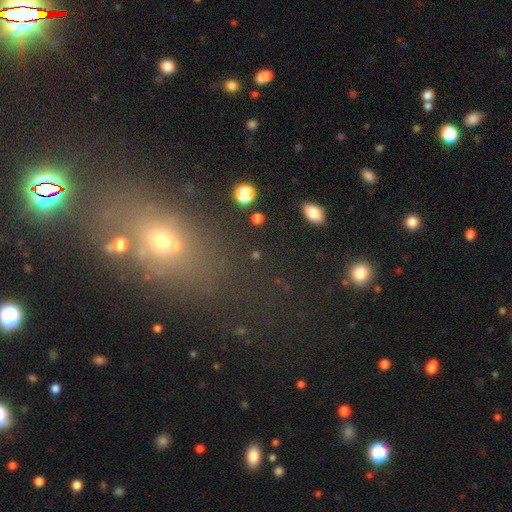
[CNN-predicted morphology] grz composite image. It shows a smooth galaxy with no disk features (57%) that is round (48%). Merging: none (73%).